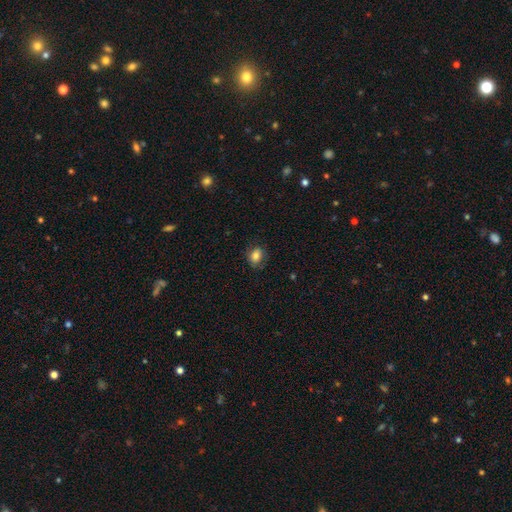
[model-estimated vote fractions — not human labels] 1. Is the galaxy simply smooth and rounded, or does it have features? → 80% smooth, 11% featured or disk, 10% star or artifact.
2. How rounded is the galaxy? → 56% in between, 43% round, 1% cigar-shaped.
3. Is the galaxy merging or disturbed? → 78% none, 16% minor disturbance, 5% major disturbance, 1% merger.